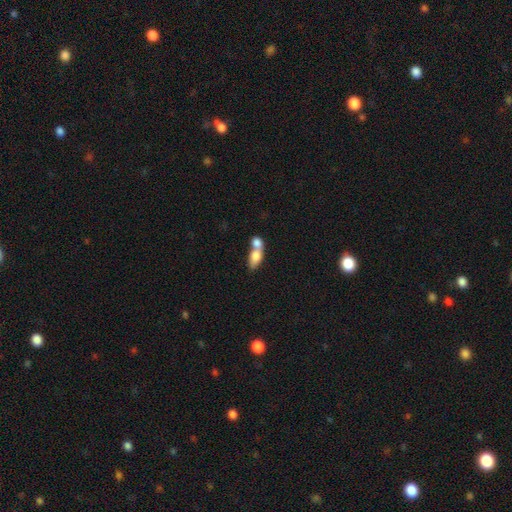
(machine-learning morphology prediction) Smooth or featured? smooth (75%)
How rounded? in between (76%)
Merging? merger (73%)